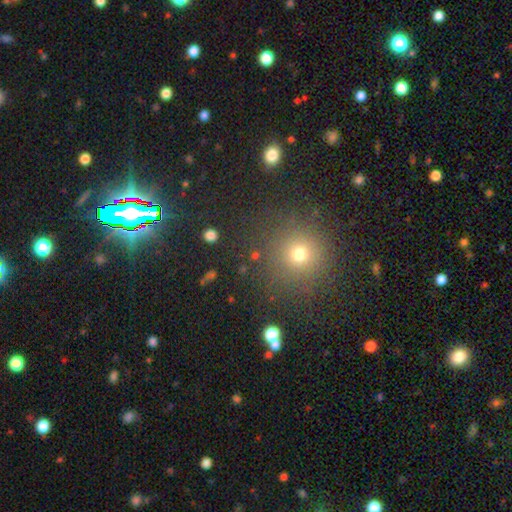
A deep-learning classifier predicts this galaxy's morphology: smooth 61%, star or artifact 31%, featured or disk 8%. Down the decision tree: how rounded — round (90%); merging — none (86%).